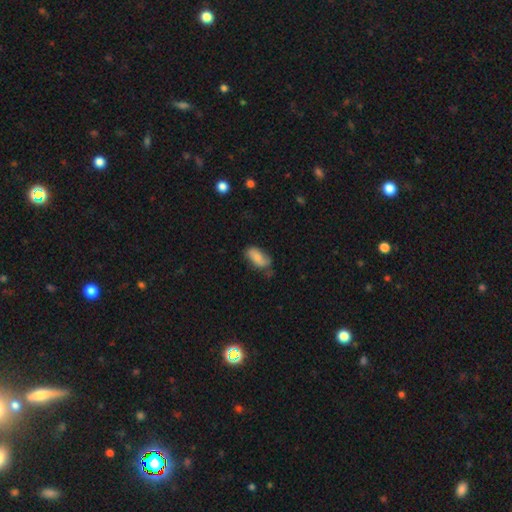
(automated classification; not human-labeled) Smooth or featured?
  - smooth: 75% *
  - featured or disk: 18%
  - star or artifact: 7%
How rounded?
  - in between: 90% *
  - cigar-shaped: 6%
  - round: 3%
Merging?
  - none: 53% *
  - minor disturbance: 33%
  - major disturbance: 10%
  - merger: 3%